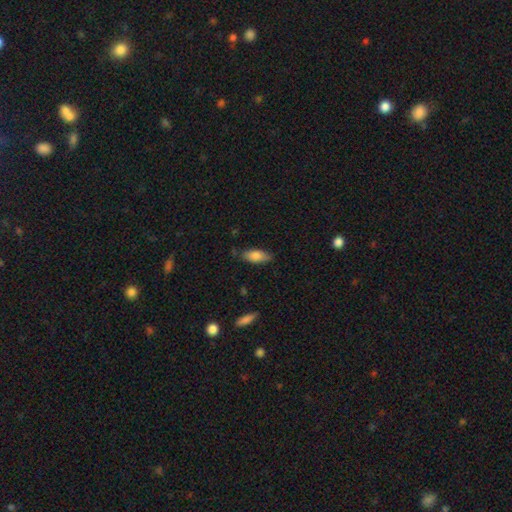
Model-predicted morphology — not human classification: A smooth galaxy with no disk features (81%) that is in between round and cigar-shaped (82%). Merging: none (77%).